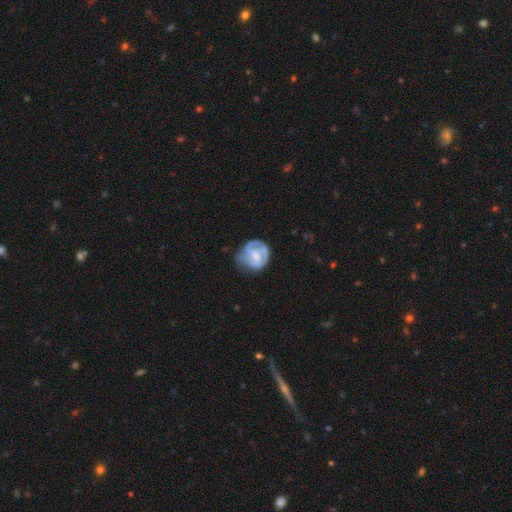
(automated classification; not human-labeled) Smooth or featured? Predicted: featured or disk (p=0.63). Edge-on disk? Predicted: no (p=0.98). Bar? Predicted: no (p=0.46). Spiral arms? Predicted: yes (p=0.76). Bulge size? Predicted: small (p=0.37). Merging? Predicted: none (p=0.47).